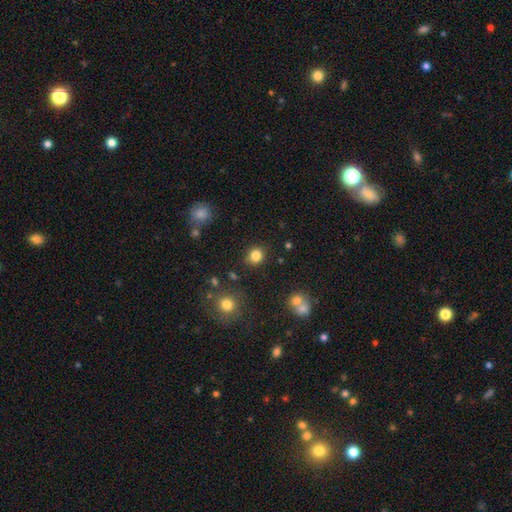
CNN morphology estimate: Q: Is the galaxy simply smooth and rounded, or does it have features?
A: smooth — 83%.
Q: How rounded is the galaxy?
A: round — 81%.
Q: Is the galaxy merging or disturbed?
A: none — 85%.